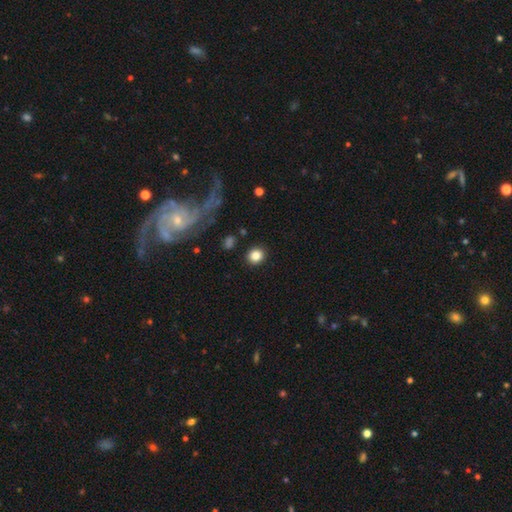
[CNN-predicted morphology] smooth-or-featured: smooth: 84% | star or artifact: 10% | featured or disk: 6%
  how-rounded: round: 84% | in between: 15% | cigar-shaped: 1%
  merging: none: 90% | minor disturbance: 6% | major disturbance: 2% | merger: 2%